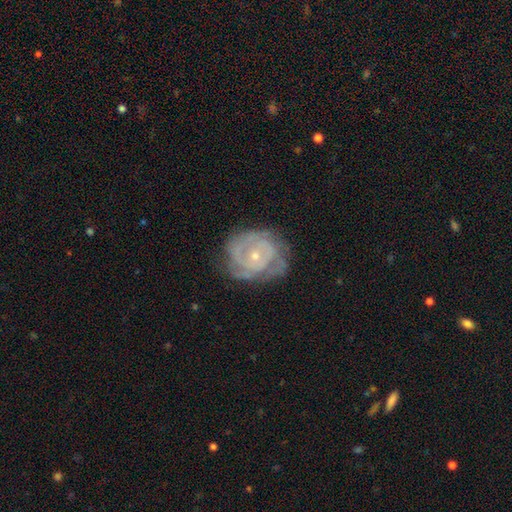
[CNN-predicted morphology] A featured or disk galaxy (82%) with no bar (75%), tight (70%) spiral arms (91%) and a small central bulge (70%).

Vote fractions:
- Smooth or featured? featured or disk: 82% / smooth: 12% / star or artifact: 6%
- Edge-on disk? no: 97% / yes: 3%
- Bar? no: 75% / weak: 21% / strong: 5%
- Spiral arms? yes: 91% / no: 9%
- Spiral winding? tight: 70% / medium: 25% / loose: 6%
- Spiral arm count? can't tell: 32% / 2: 30% / 3: 20% / 4: 7% / 1: 5% / more than 4: 5%
- Bulge size? small: 70% / moderate: 27% / none: 1% / large: 1% / dominant: 1%
- Merging? none: 68% / minor disturbance: 21% / major disturbance: 9% / merger: 1%